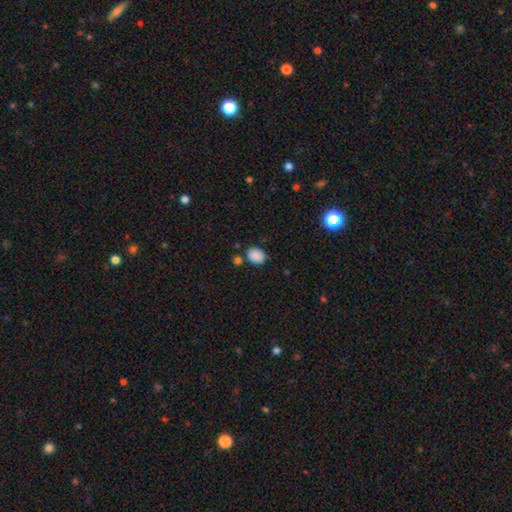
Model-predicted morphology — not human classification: Smooth or featured? Predicted: smooth (p=0.87). How rounded? Predicted: in between (p=0.56). Merging? Predicted: none (p=0.73).